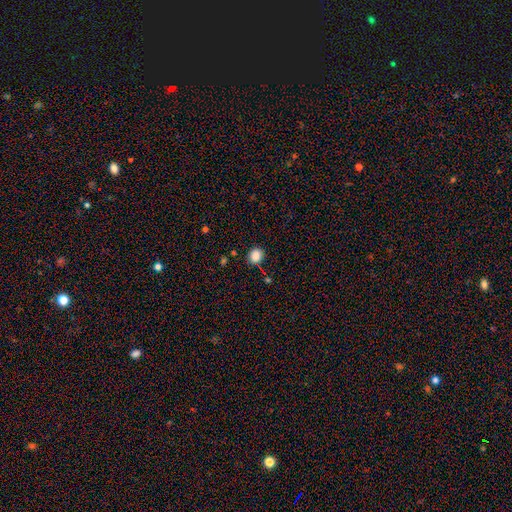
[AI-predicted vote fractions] Smooth or featured? smooth (85%)
How rounded? round (70%)
Merging? none (80%)